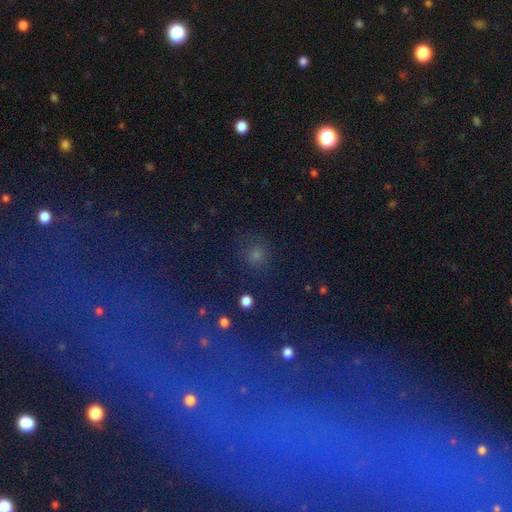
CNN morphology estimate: Smooth or featured?
  - smooth: 57% *
  - star or artifact: 33%
  - featured or disk: 10%
How rounded?
  - round: 90% *
  - in between: 8%
  - cigar-shaped: 1%
Merging?
  - none: 86% *
  - minor disturbance: 8%
  - major disturbance: 4%
  - merger: 3%